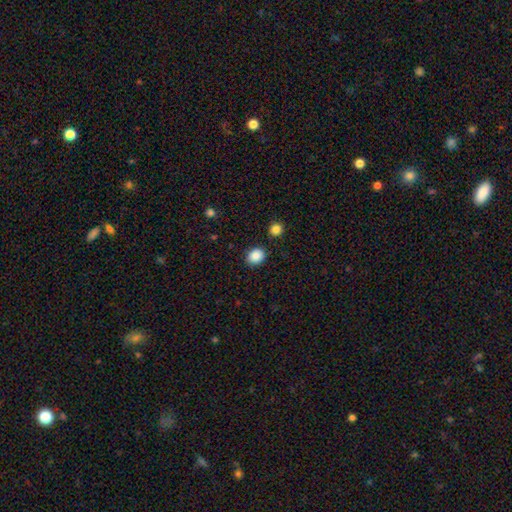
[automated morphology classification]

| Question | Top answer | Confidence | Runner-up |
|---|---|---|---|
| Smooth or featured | smooth | 88% | star or artifact (9%) |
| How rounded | round | 55% | in between (44%) |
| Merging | none | 86% | minor disturbance (9%) |